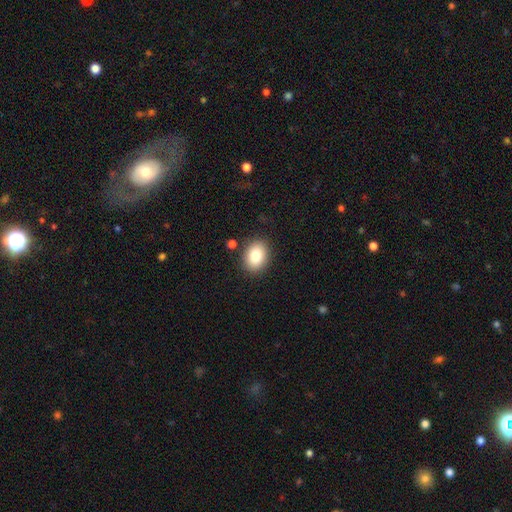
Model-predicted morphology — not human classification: smooth-or-featured: smooth: 83% | star or artifact: 9% | featured or disk: 9%
  how-rounded: in between: 60% | round: 39% | cigar-shaped: 1%
  merging: none: 86% | minor disturbance: 9% | merger: 3% | major disturbance: 3%